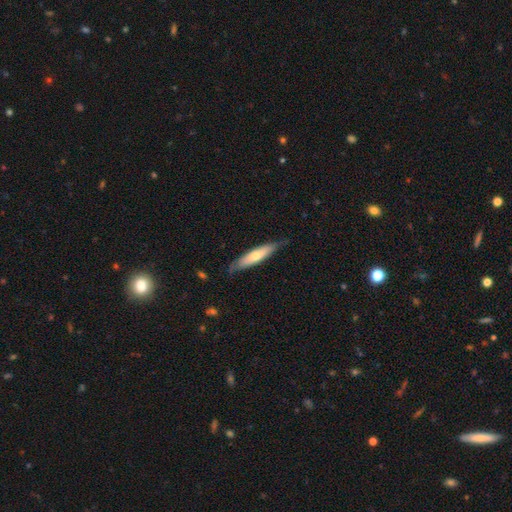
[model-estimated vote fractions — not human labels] Morphology: type=smooth (55%); roundness=cigar-shaped (75%); merging=none (76%).